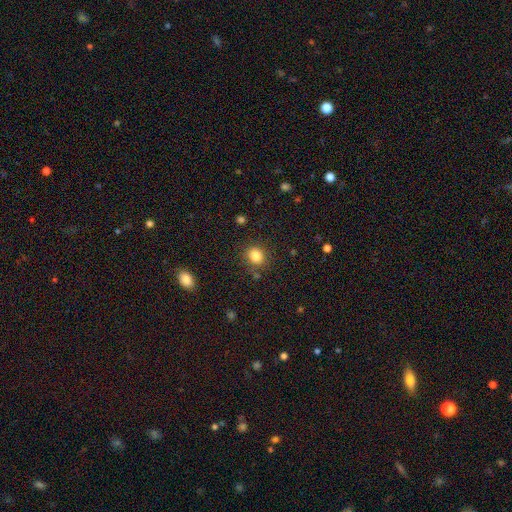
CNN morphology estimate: Overall: smooth (84%). How rounded: round (70%). Merging: none (83%).